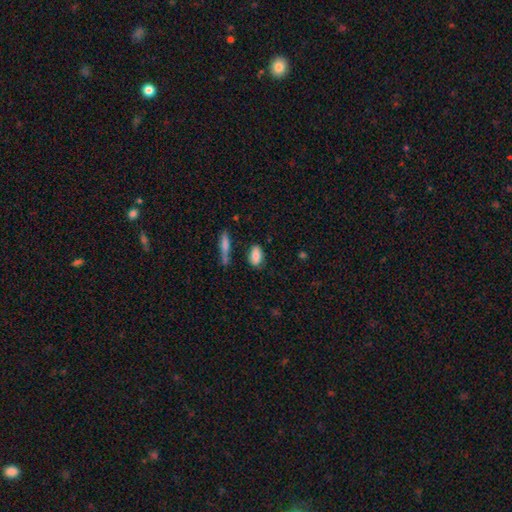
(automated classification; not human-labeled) A smooth galaxy with no disk features (81%) that is in between round and cigar-shaped (87%).

Vote fractions:
- Smooth or featured? smooth: 81% / featured or disk: 12% / star or artifact: 8%
- How rounded? in between: 87% / cigar-shaped: 7% / round: 6%
- Merging? none: 73% / minor disturbance: 17% / merger: 5% / major disturbance: 4%